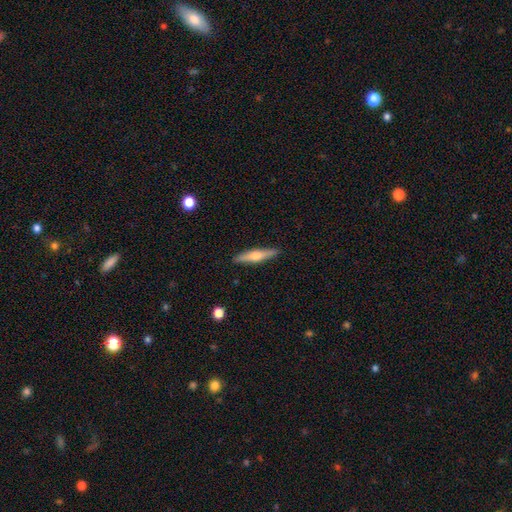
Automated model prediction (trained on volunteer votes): Q: Smooth or featured?
A: featured or disk (51%); runner-up: smooth (43%)
Q: Edge-on disk?
A: yes (95%); runner-up: no (5%)
Q: Merging?
A: none (91%); runner-up: minor disturbance (7%)